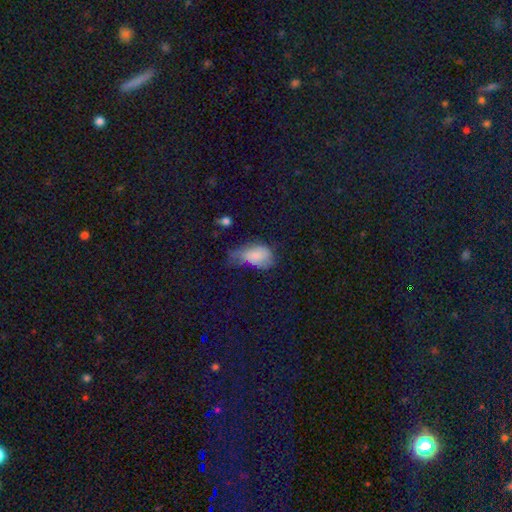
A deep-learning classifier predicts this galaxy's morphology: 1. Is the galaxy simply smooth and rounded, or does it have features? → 73% smooth, 17% featured or disk, 10% star or artifact.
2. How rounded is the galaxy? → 88% in between, 10% round, 2% cigar-shaped.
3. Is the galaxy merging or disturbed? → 38% minor disturbance, 37% major disturbance, 20% none, 5% merger.